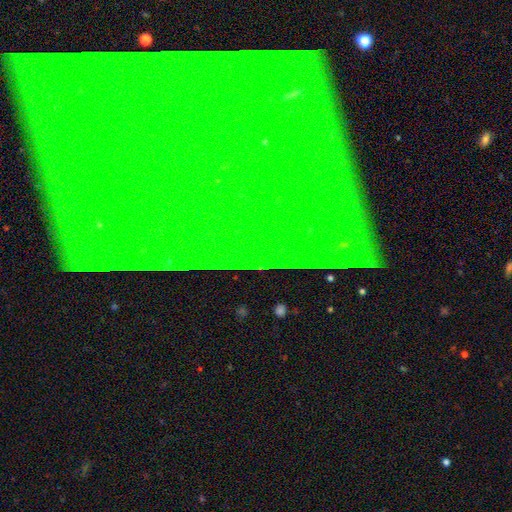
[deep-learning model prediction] Smooth or featured? Predicted: star or artifact (p=0.85).